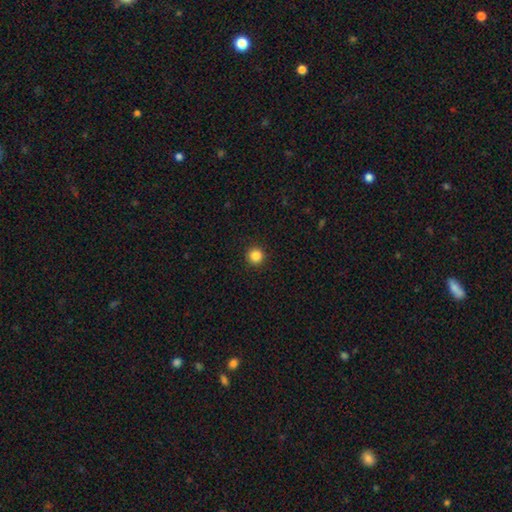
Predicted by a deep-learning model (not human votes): A smooth galaxy with no disk features (86%) that is round (96%). Merging: none (93%).